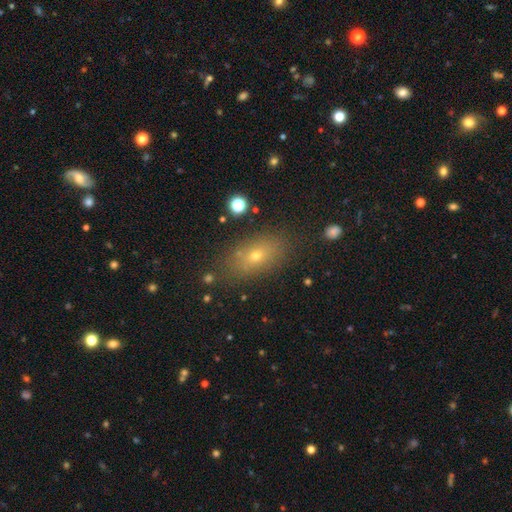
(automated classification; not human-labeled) Smooth or featured: smooth — 62% (featured or disk — 19%)
How rounded: in between — 80% (round — 12%)
Merging: none — 84% (minor disturbance — 10%)